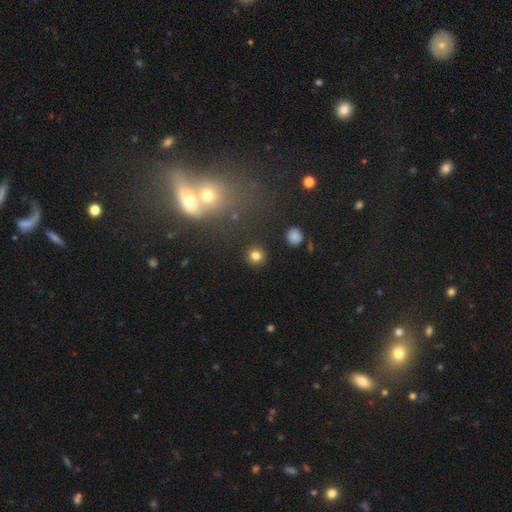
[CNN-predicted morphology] The model was most divided on "smooth or featured": smooth: 80%, star or artifact: 14%, featured or disk: 6%. More confident: how rounded — round (92%); merging — none (89%).